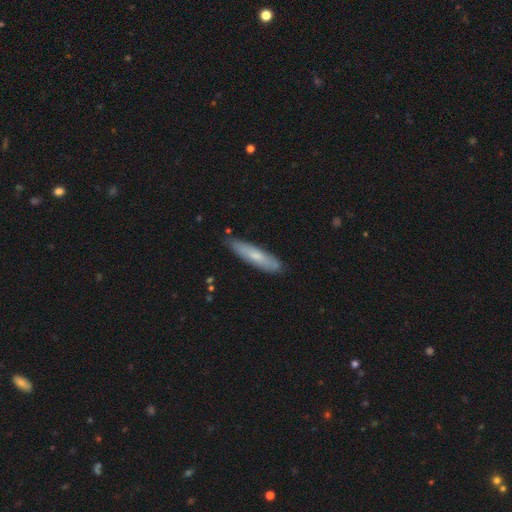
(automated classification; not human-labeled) Smooth or featured? Predicted: smooth (p=0.65). How rounded? Predicted: cigar-shaped (p=0.82). Merging? Predicted: none (p=0.83).